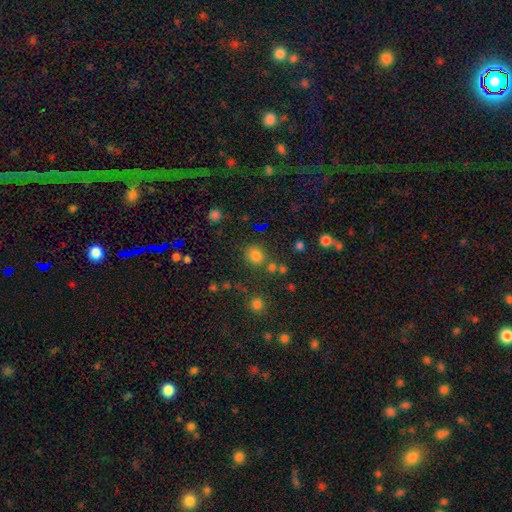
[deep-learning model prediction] Smooth or featured?
  - smooth: 74% *
  - star or artifact: 20%
  - featured or disk: 6%
How rounded?
  - round: 84% *
  - in between: 15%
  - cigar-shaped: 1%
Merging?
  - none: 77% *
  - minor disturbance: 10%
  - merger: 9%
  - major disturbance: 4%